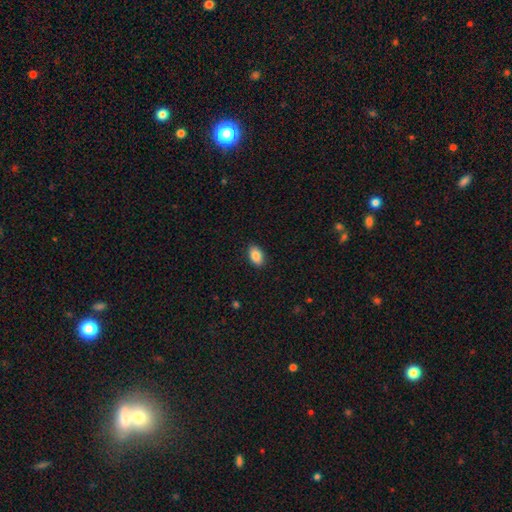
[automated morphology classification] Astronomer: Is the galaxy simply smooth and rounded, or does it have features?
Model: smooth — 86%.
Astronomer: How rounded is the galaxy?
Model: in between — 89%.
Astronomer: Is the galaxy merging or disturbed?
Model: none — 89%.